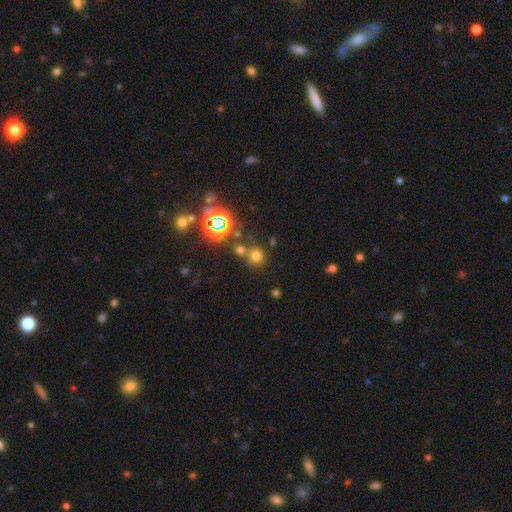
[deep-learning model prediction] The model was most divided on "smooth or featured": smooth: 63%, star or artifact: 30%, featured or disk: 8%. More confident: how rounded — round (86%); merging — none (62%).